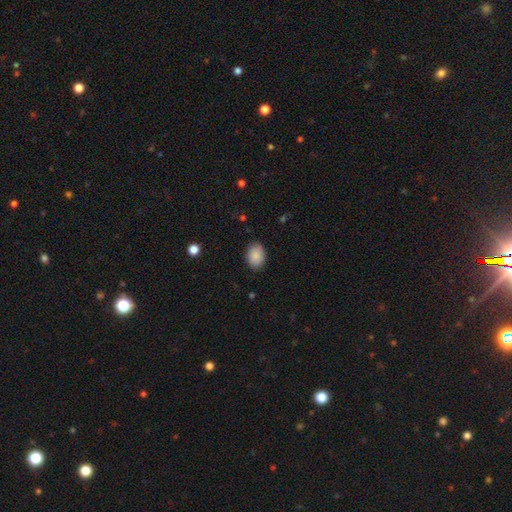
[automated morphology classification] Smooth or featured?
  - smooth: 88% *
  - star or artifact: 7%
  - featured or disk: 5%
How rounded?
  - in between: 73% *
  - round: 26%
  - cigar-shaped: 1%
Merging?
  - none: 85% *
  - minor disturbance: 11%
  - major disturbance: 2%
  - merger: 1%